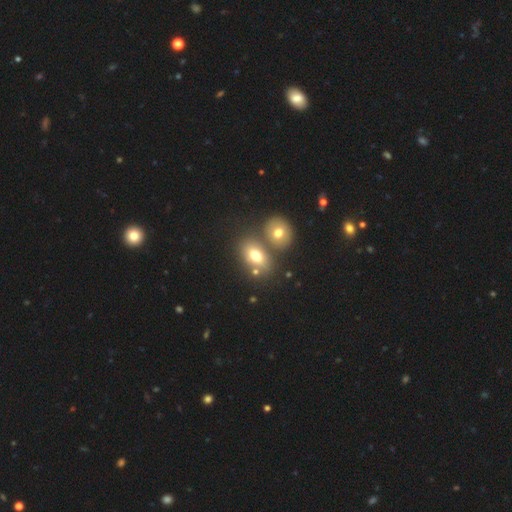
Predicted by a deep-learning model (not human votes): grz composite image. It shows a smooth galaxy with no disk features (70%) that is in between round and cigar-shaped (80%). Merging: none (51%).